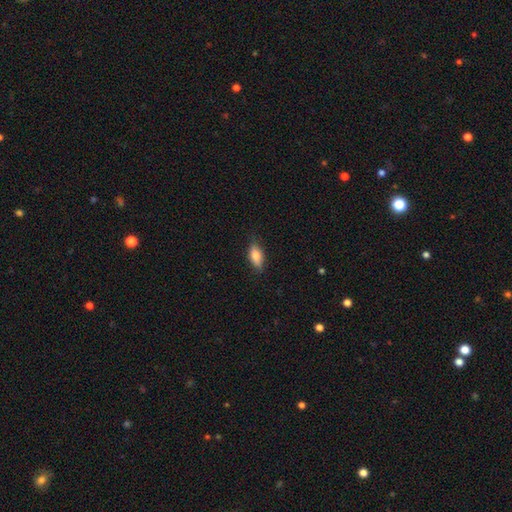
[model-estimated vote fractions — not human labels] smooth 77%, featured or disk 16%, star or artifact 7%. Down the decision tree: how rounded — in between (83%); merging — none (79%).